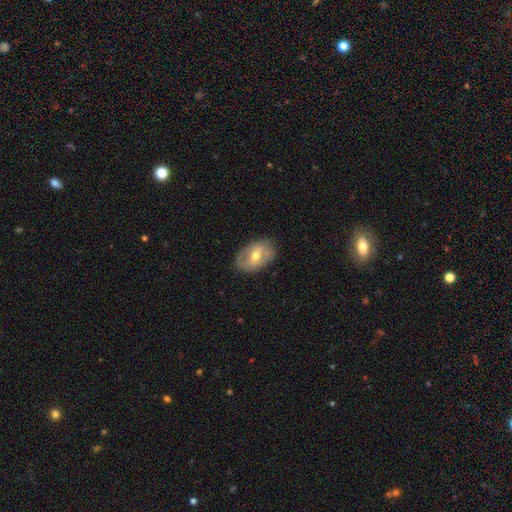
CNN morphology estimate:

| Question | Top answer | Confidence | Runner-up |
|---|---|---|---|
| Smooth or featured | featured or disk | 56% | smooth (37%) |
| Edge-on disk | no | 91% | yes (9%) |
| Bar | weak | 42% | strong (31%) |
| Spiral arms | no | 58% | yes (42%) |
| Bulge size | moderate | 74% | small (19%) |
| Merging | none | 79% | minor disturbance (16%) |